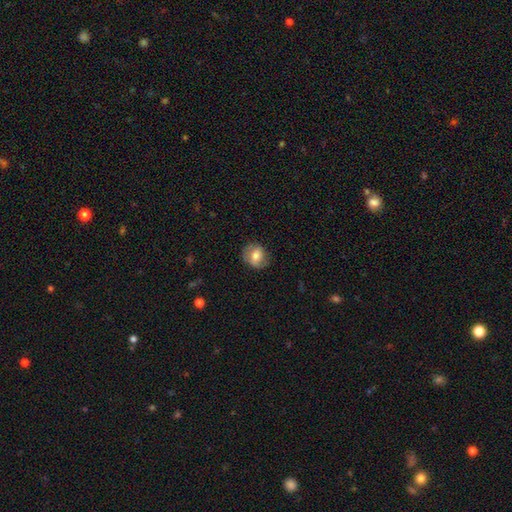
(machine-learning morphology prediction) Overall: smooth (67%). How rounded: round (68%; in between 31%). Merging: none (74%).